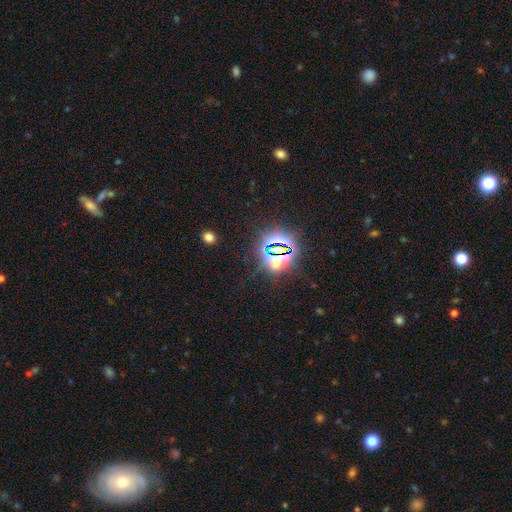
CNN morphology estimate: This is likely a star or artifact rather than a galaxy (78%).